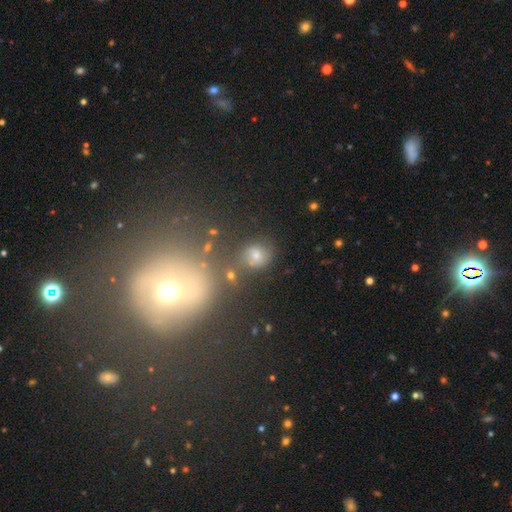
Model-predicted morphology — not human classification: Q: Smooth or featured?
A: smooth (62%); runner-up: star or artifact (22%)
Q: How rounded?
A: round (70%); runner-up: in between (28%)
Q: Merging?
A: none (61%); runner-up: minor disturbance (16%)